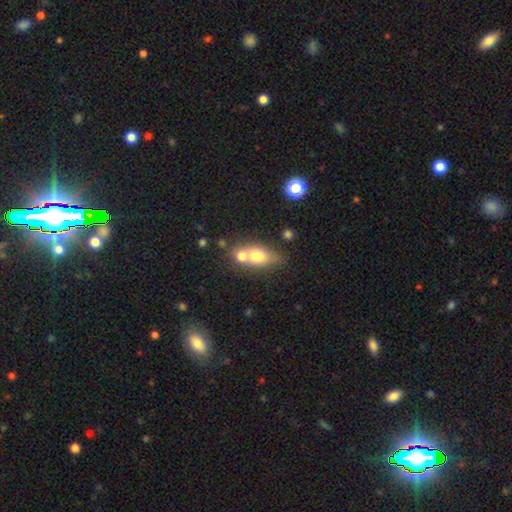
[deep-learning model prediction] Morphology: type=smooth (69%); roundness=in between (62%); merging=merger (51%).